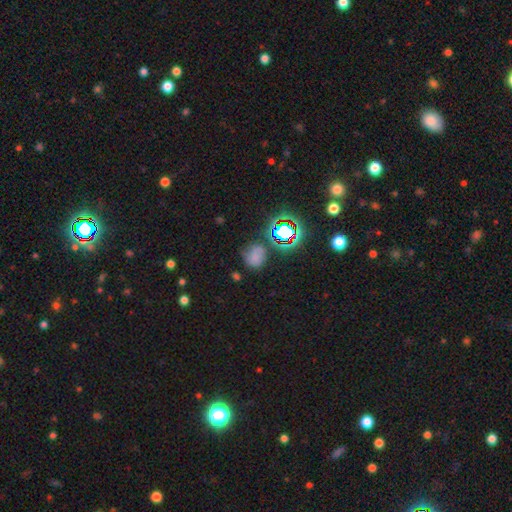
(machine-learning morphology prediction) smooth-or-featured: smooth: 56% | star or artifact: 30% | featured or disk: 14%
  how-rounded: round: 69% | in between: 30% | cigar-shaped: 1%
  merging: none: 56% | minor disturbance: 24% | major disturbance: 12% | merger: 7%